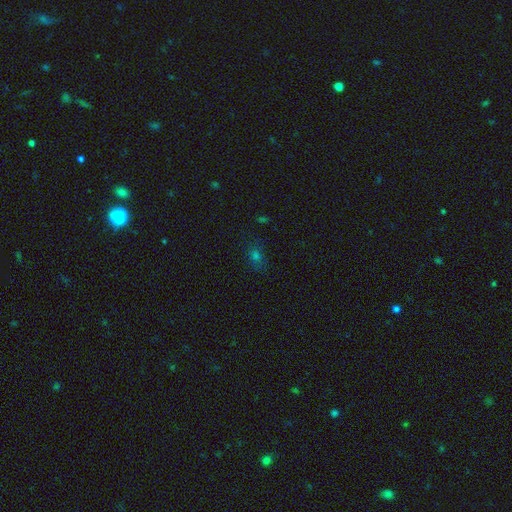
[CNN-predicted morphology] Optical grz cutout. It shows a smooth galaxy with no disk features (56%) that is in between round and cigar-shaped (55%). Merging: none (78%).